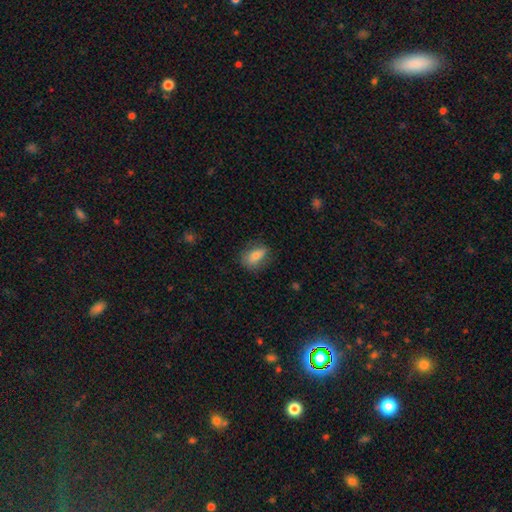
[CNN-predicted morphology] Overall: smooth (75%). How rounded: in between (81%). Merging: none (74%).